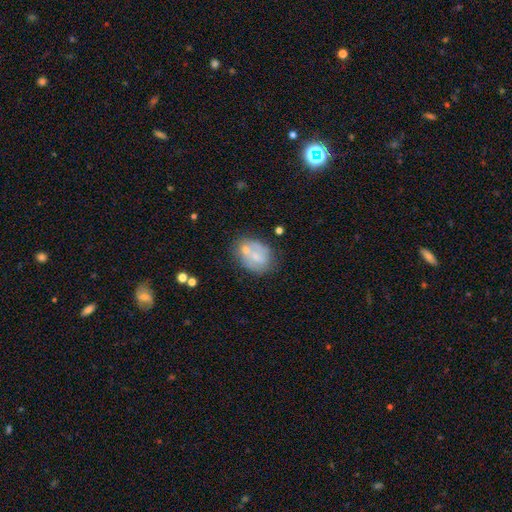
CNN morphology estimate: This is possibly a smooth galaxy (51%). How rounded: likely in between (66%). Merging: possibly none (45%).